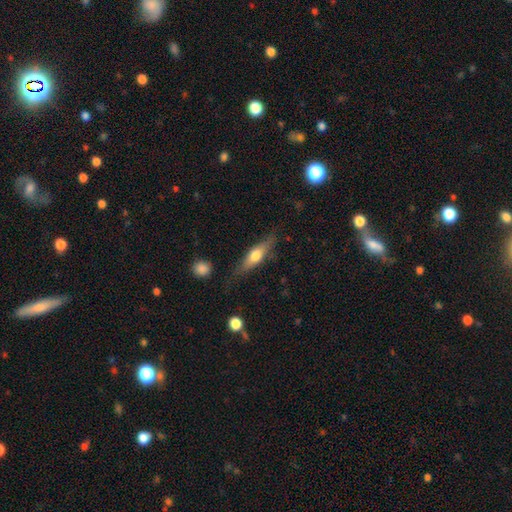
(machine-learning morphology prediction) A smooth galaxy with no disk features (51%) that is cigar-shaped (63%).

Vote fractions:
- Smooth or featured? smooth: 51% / featured or disk: 43% / star or artifact: 6%
- How rounded? cigar-shaped: 63% / in between: 33% / round: 3%
- Merging? none: 74% / minor disturbance: 18% / major disturbance: 5% / merger: 2%